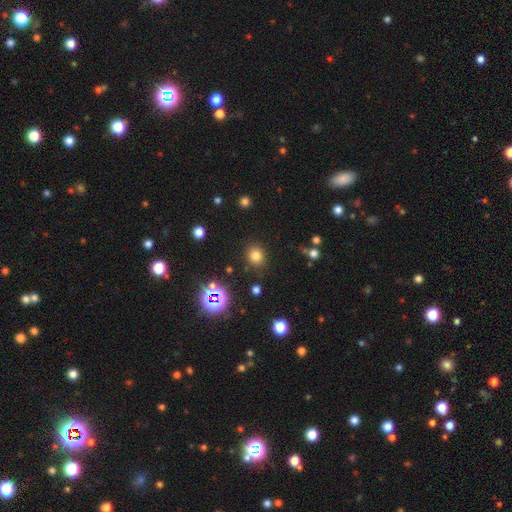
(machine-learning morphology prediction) Overall: smooth (75%). How rounded: round (78%). Merging: none (85%).